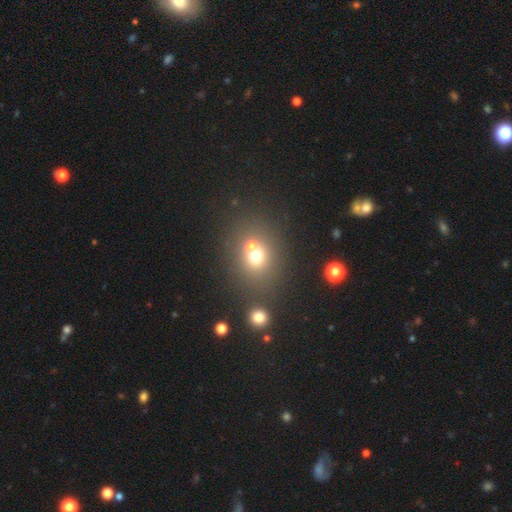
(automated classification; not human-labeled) This is likely a smooth galaxy (67%). How rounded: likely round (69%). Merging: possibly none (48%).